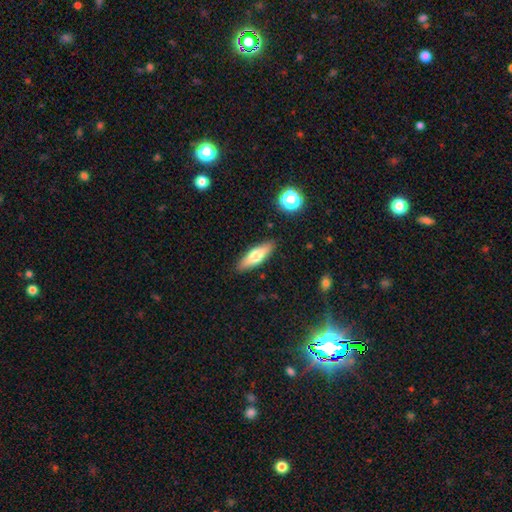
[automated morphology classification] This is likely a smooth galaxy (67%). How rounded: possibly cigar-shaped (50%). Merging: clearly none (88%).